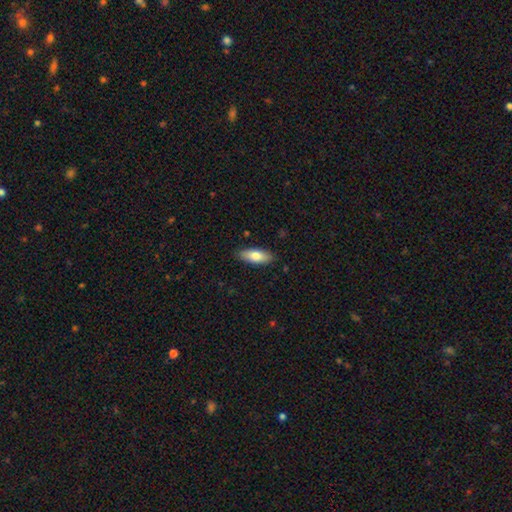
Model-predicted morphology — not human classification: Smooth or featured? Predicted: smooth (p=0.77). How rounded? Predicted: in between (p=0.76). Merging? Predicted: none (p=0.88).